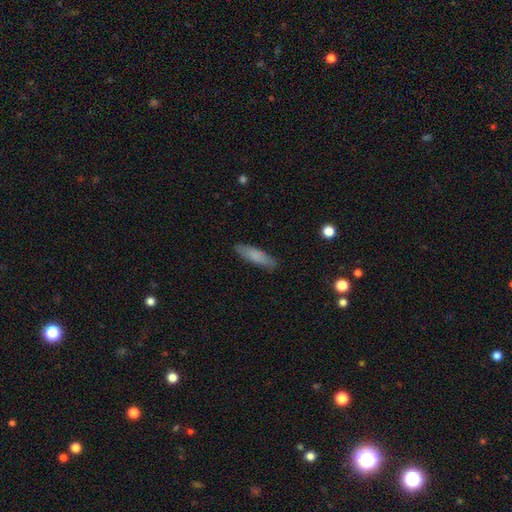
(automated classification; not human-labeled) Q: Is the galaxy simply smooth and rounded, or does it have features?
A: smooth — 80%.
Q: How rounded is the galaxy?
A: cigar-shaped — 68%.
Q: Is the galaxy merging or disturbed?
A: none — 87%.